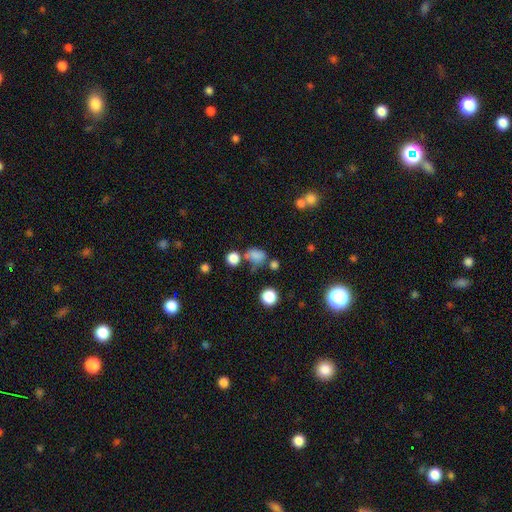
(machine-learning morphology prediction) This appears to be a smooth galaxy with no disk features (76%) that is in between round and cigar-shaped (61%). Merging: none (51%).